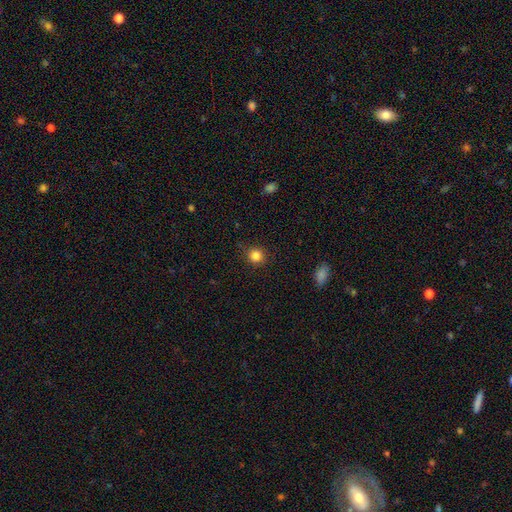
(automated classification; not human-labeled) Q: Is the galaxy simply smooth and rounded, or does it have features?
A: smooth — 84%.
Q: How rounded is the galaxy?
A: round — 92%.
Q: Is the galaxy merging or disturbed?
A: none — 89%.